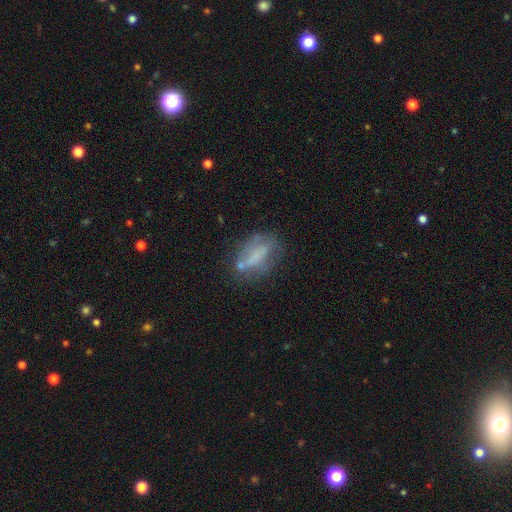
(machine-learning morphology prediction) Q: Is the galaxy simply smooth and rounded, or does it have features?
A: smooth — 49%.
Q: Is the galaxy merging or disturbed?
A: none — 47%.